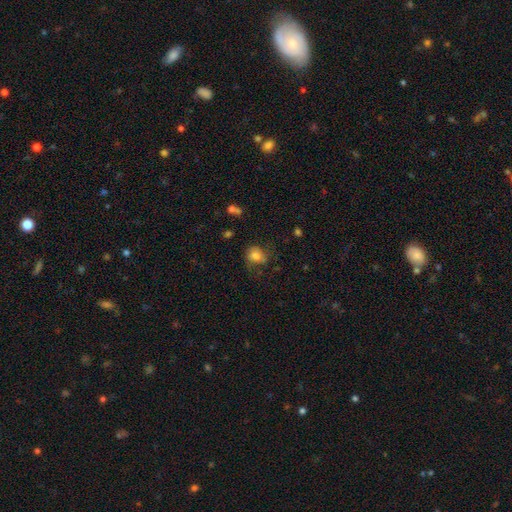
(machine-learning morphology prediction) Smooth or featured: smooth — 77% (featured or disk — 13%)
How rounded: round — 61% (in between — 38%)
Merging: none — 53% (minor disturbance — 27%)